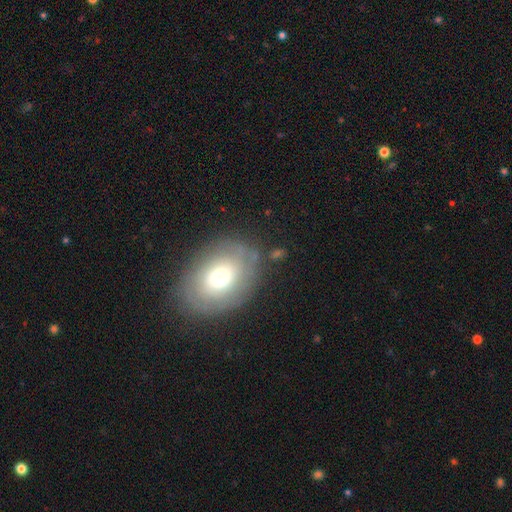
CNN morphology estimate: Overall: smooth (51%; featured or disk 37%). How rounded: in between (74%). Merging: none (81%).